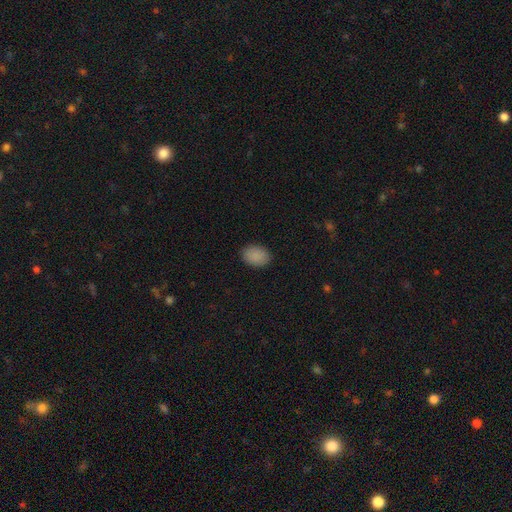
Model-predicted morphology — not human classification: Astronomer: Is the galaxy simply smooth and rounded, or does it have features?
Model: smooth — 89%.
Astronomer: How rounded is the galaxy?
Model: in between — 76%.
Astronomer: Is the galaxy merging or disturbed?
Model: none — 88%.